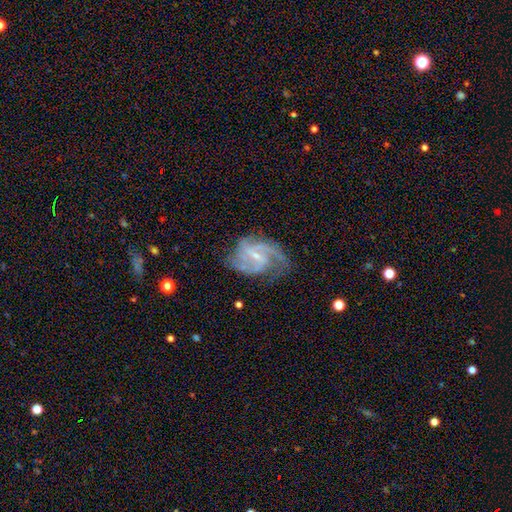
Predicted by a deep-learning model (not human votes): Smooth or featured?
  - featured or disk: 89% *
  - smooth: 5%
  - star or artifact: 5%
Edge-on disk?
  - no: 98% *
  - yes: 2%
Bar?
  - weak: 56% *
  - strong: 22%
  - no: 22%
Spiral arms?
  - yes: 97% *
  - no: 3%
Spiral winding?
  - medium: 55% *
  - tight: 25%
  - loose: 19%
Spiral arm count?
  - 2: 48% *
  - 3: 25%
  - can't tell: 12%
  - 4: 6%
  - 1: 5%
  - more than 4: 4%
Bulge size?
  - small: 73% *
  - moderate: 20%
  - none: 5%
  - large: 1%
  - dominant: 1%
Merging?
  - none: 67% *
  - minor disturbance: 21%
  - major disturbance: 10%
  - merger: 2%